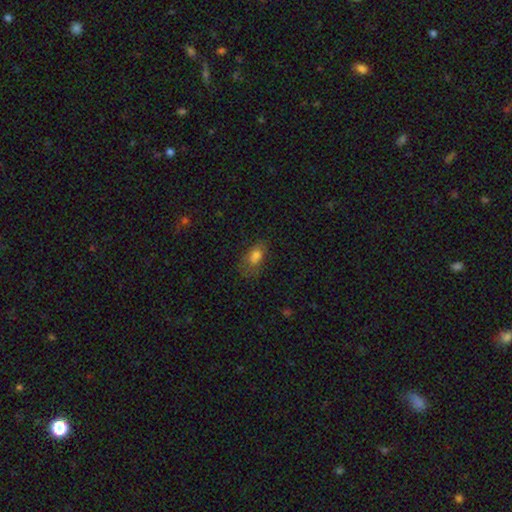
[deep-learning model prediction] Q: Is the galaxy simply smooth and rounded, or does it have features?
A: smooth — 69%.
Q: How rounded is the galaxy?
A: in between — 84%.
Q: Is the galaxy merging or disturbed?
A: none — 44%.